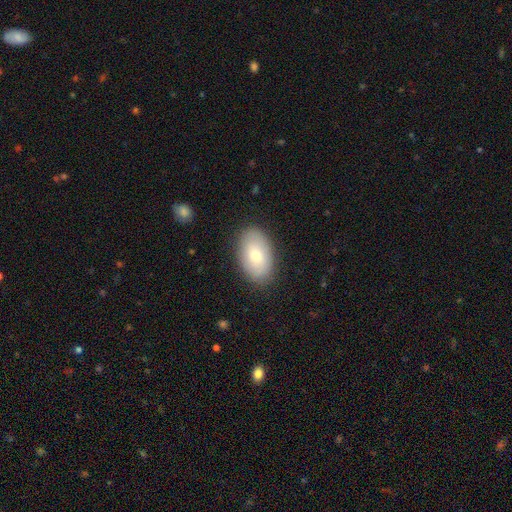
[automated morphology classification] The model was most divided on "smooth or featured": smooth: 73%, featured or disk: 20%, star or artifact: 7%. More confident: how rounded — in between (92%); merging — none (86%).